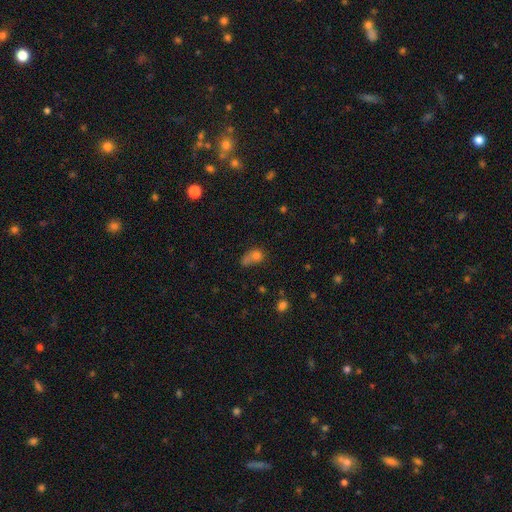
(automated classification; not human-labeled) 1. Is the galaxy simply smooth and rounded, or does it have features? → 73% smooth, 14% star or artifact, 12% featured or disk.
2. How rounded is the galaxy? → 50% round, 47% in between, 3% cigar-shaped.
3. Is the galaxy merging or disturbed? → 35% merger, 29% none, 18% major disturbance, 18% minor disturbance.